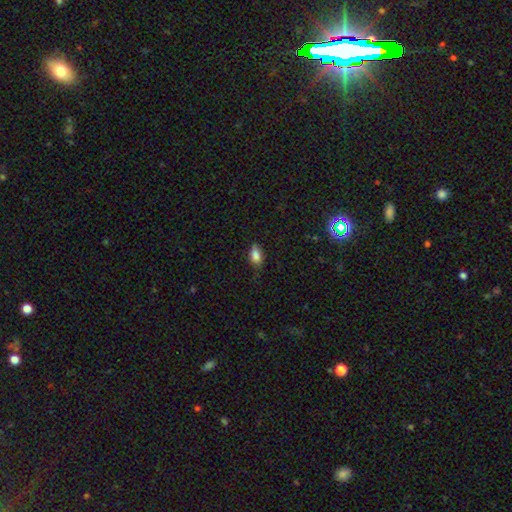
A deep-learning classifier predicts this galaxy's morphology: Smooth or featured: smooth — 85% (star or artifact — 9%)
How rounded: in between — 88% (round — 7%)
Merging: none — 67% (minor disturbance — 26%)